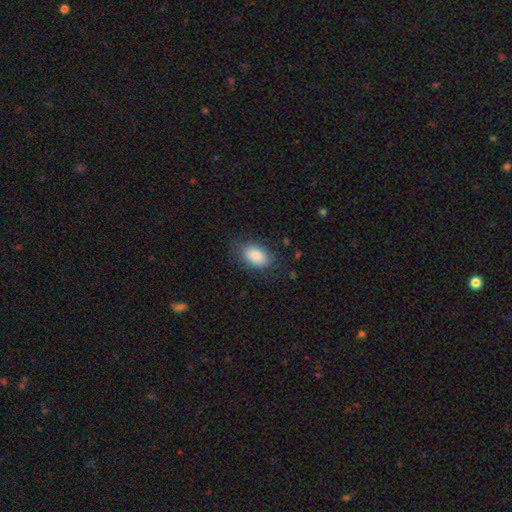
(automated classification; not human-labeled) This appears to be a smooth galaxy with no disk features (88%) that is in between round and cigar-shaped (90%). Merging: none (75%).